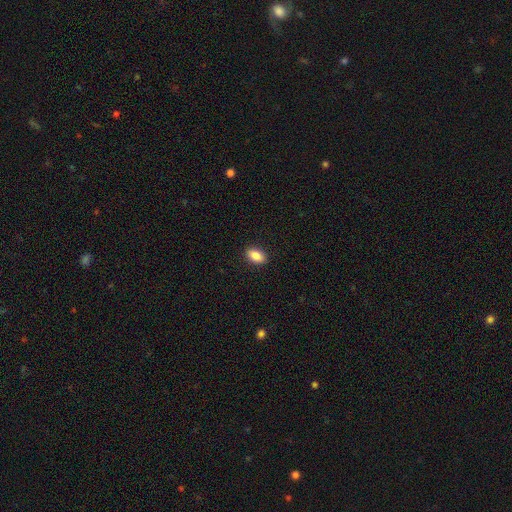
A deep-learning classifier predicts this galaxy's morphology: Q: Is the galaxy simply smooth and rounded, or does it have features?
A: smooth — 86%.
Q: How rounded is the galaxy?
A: in between — 89%.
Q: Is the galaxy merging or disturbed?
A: none — 90%.